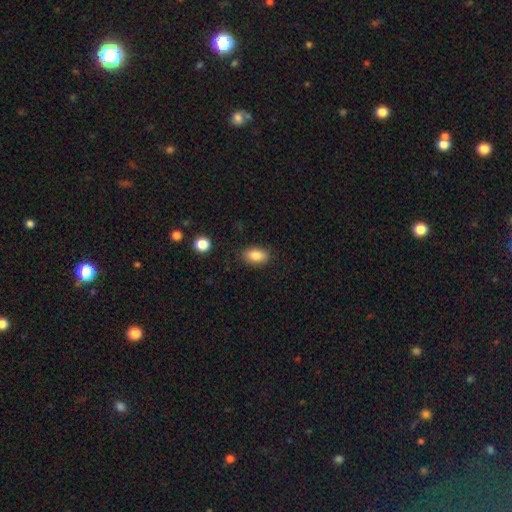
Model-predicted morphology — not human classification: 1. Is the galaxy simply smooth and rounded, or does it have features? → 85% smooth, 8% star or artifact, 7% featured or disk.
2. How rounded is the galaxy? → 88% in between, 9% round, 3% cigar-shaped.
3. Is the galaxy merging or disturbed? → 85% none, 11% minor disturbance, 3% major disturbance, 2% merger.